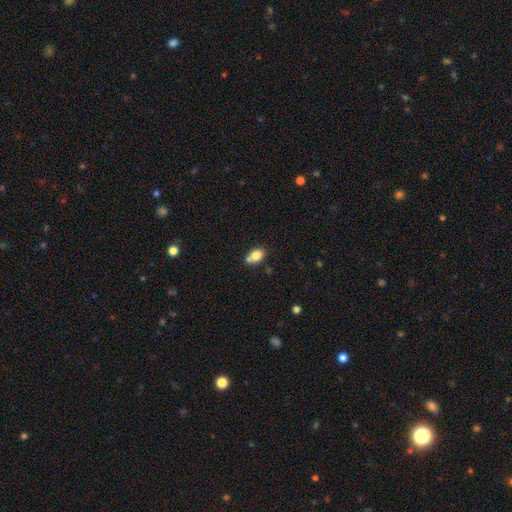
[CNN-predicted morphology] Overall: smooth (80%). How rounded: in between (75%). Merging: none (53%; merger 26%).